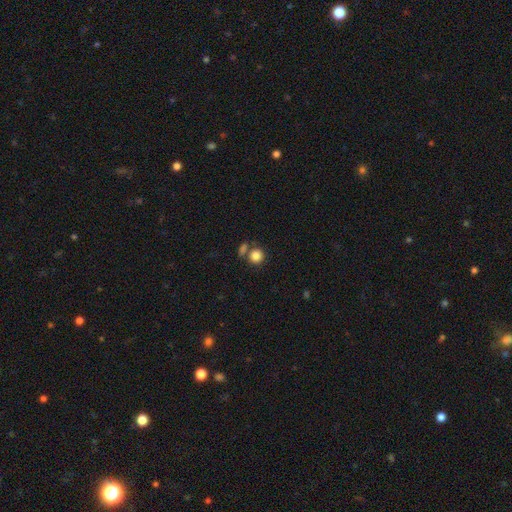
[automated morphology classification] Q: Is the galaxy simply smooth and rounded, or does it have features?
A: smooth — 84%.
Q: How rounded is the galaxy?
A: round — 88%.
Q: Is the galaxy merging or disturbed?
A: none — 62%.